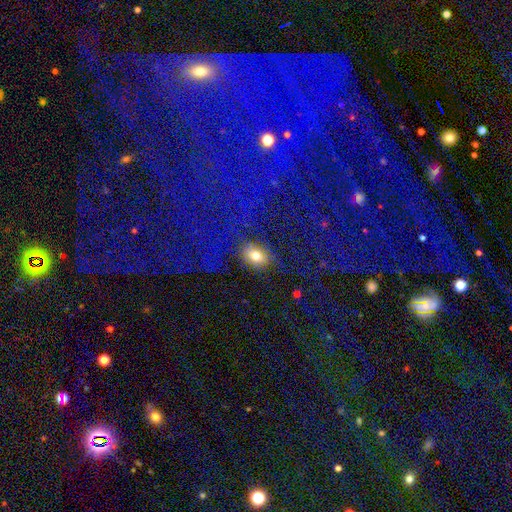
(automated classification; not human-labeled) Smooth or featured?
  - smooth: 73% *
  - star or artifact: 15%
  - featured or disk: 12%
How rounded?
  - in between: 70% *
  - round: 28%
  - cigar-shaped: 3%
Merging?
  - none: 68% *
  - minor disturbance: 17%
  - major disturbance: 11%
  - merger: 4%